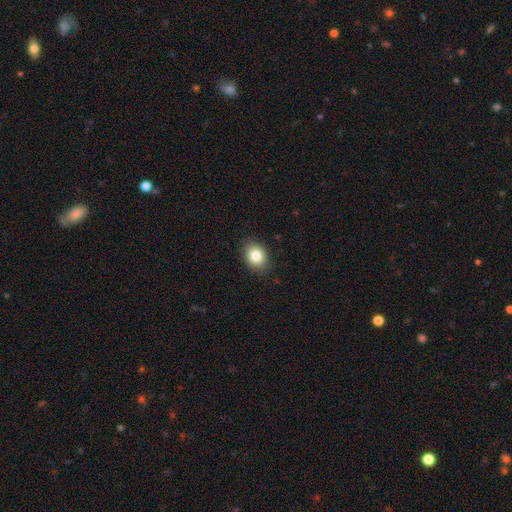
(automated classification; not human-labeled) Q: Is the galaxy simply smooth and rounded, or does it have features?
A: smooth — 84%.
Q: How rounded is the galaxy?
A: in between — 60%.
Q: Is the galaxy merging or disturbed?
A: none — 87%.